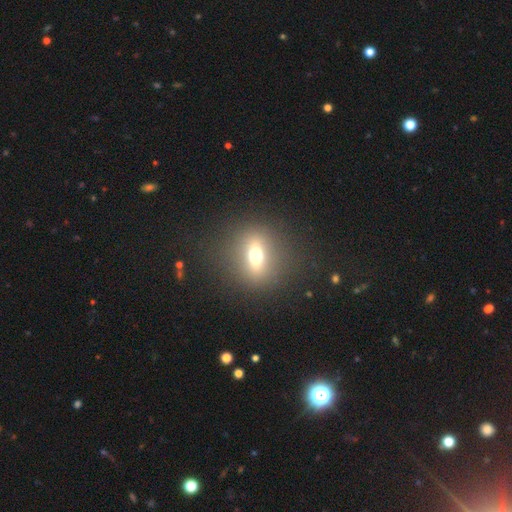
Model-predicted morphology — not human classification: The model was most divided on "how rounded": round: 52%, in between: 41%, cigar-shaped: 7%. More confident: merging — none (86%); smooth or featured — smooth (56%).